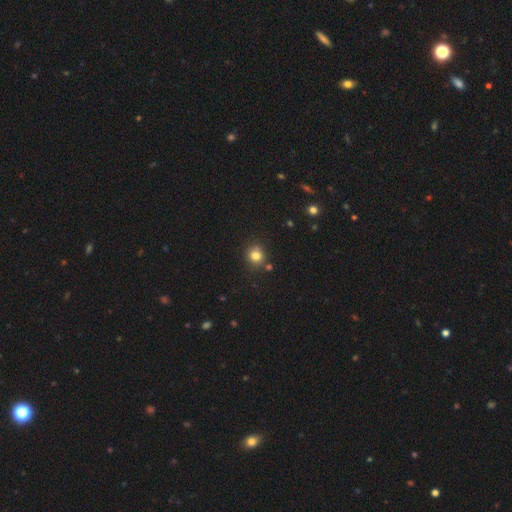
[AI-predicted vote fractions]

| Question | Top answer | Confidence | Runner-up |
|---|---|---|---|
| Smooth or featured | smooth | 80% | star or artifact (14%) |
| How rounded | round | 85% | in between (14%) |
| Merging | none | 79% | minor disturbance (10%) |